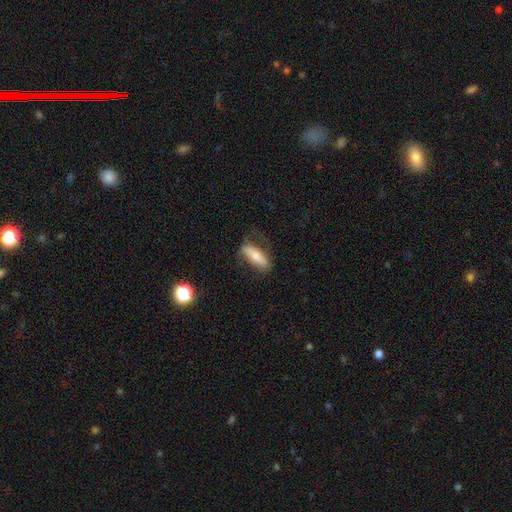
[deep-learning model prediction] A smooth galaxy with no disk features (62%) that is in between round and cigar-shaped (57%). Merging: none (64%).